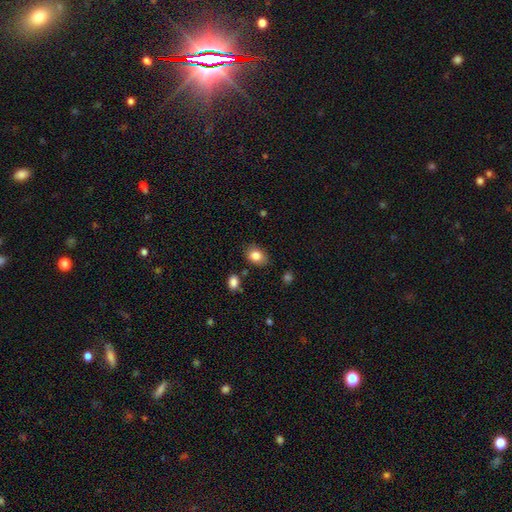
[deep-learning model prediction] Q: Smooth or featured?
A: smooth (84%); runner-up: star or artifact (9%)
Q: How rounded?
A: in between (70%); runner-up: round (29%)
Q: Merging?
A: none (81%); runner-up: minor disturbance (13%)